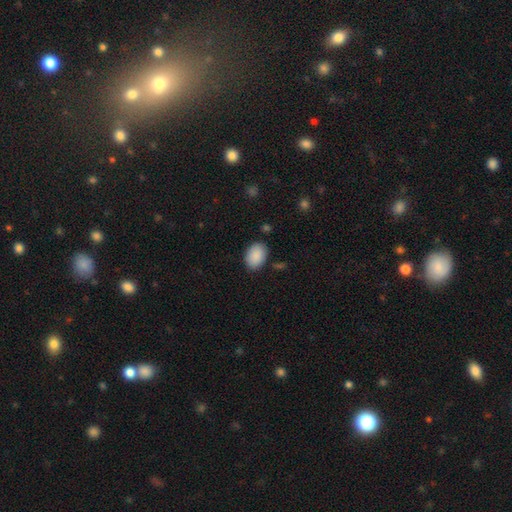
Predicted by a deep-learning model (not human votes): Smooth or featured? smooth (90%)
How rounded? in between (83%)
Merging? none (85%)